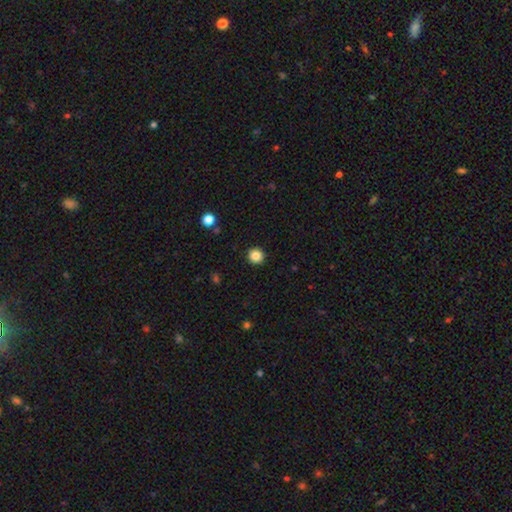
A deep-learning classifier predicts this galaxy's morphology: This appears to be a smooth galaxy with no disk features (85%) that is round (94%). Merging: none (93%).